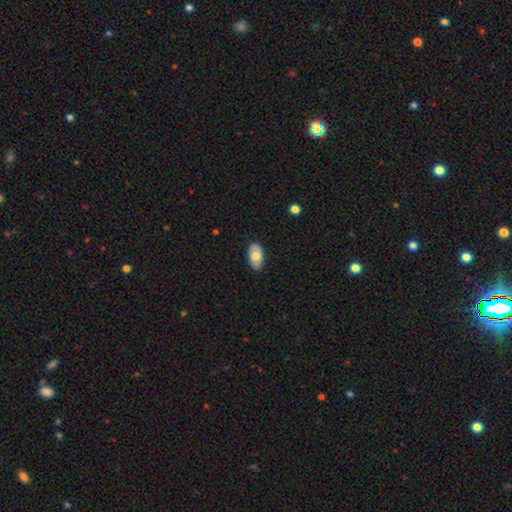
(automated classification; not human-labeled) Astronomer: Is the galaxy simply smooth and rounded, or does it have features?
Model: smooth — 68%.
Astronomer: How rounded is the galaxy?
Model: in between — 93%.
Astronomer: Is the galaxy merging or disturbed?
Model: none — 85%.